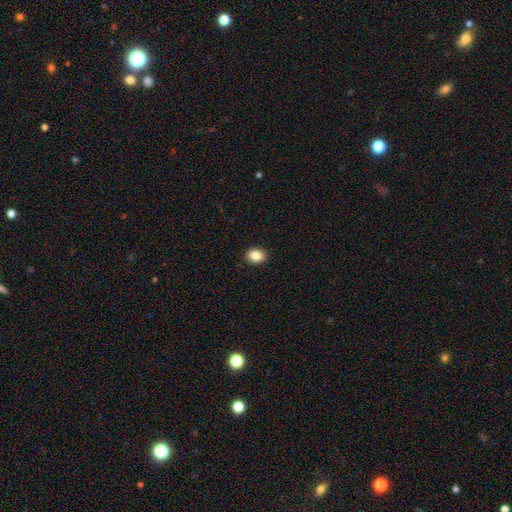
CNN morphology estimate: A smooth galaxy with no disk features (85%) that is in between round and cigar-shaped (62%).

Vote fractions:
- Smooth or featured? smooth: 85% / star or artifact: 9% / featured or disk: 6%
- How rounded? in between: 62% / round: 37% / cigar-shaped: 1%
- Merging? none: 91% / minor disturbance: 7% / major disturbance: 2% / merger: 1%